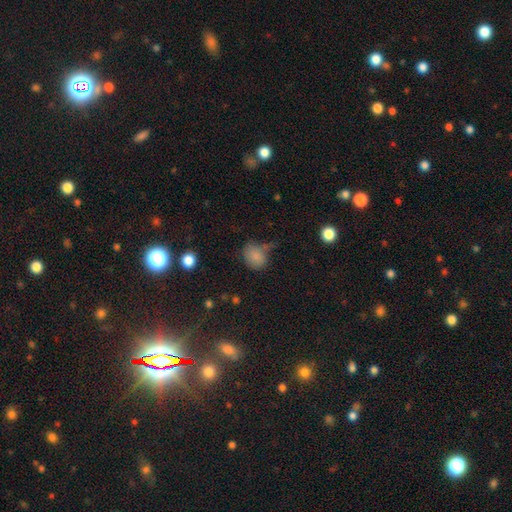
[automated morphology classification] Overall: smooth (82%). How rounded: round (52%; in between 47%). Merging: none (55%; minor disturbance 27%).